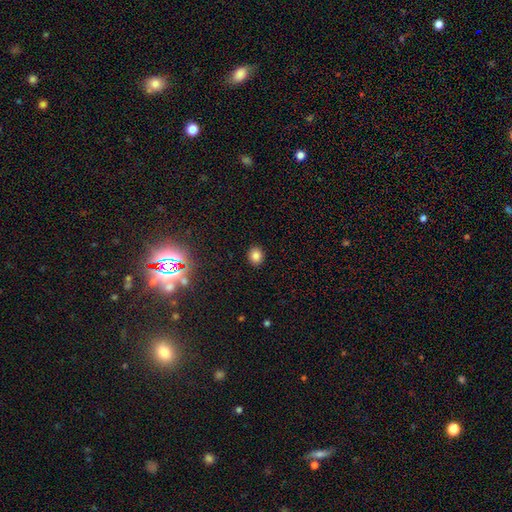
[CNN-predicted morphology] smooth_or_featured: smooth (p=0.82) [alt: star or artifact p=0.13]
how_rounded: round (p=0.71) [alt: in between p=0.28]
merging: none (p=0.91) [alt: minor disturbance p=0.06]